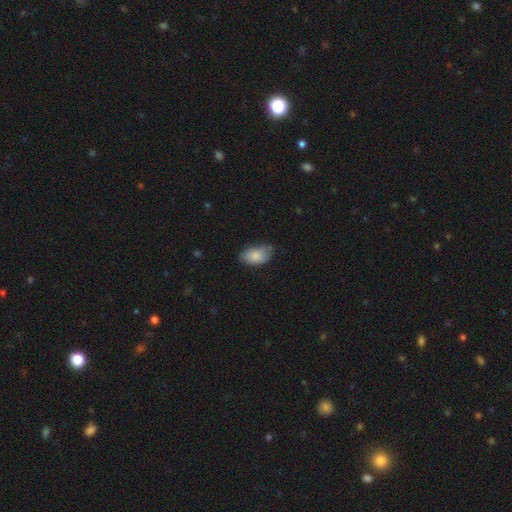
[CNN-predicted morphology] Smooth or featured? smooth (82%)
How rounded? in between (92%)
Merging? none (61%)